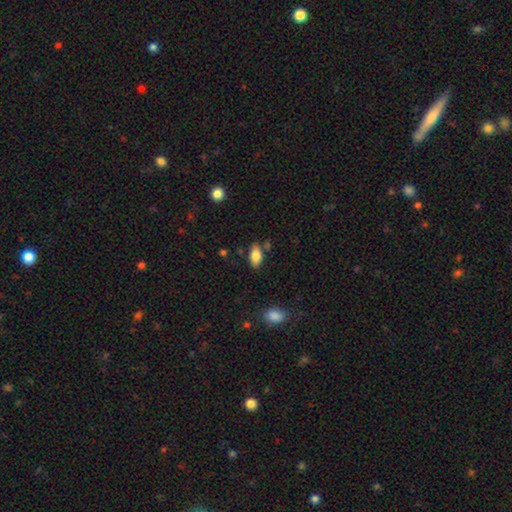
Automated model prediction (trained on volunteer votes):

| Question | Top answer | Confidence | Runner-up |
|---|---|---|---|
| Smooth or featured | smooth | 80% | featured or disk (13%) |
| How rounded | in between | 88% | cigar-shaped (9%) |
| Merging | none | 77% | minor disturbance (14%) |